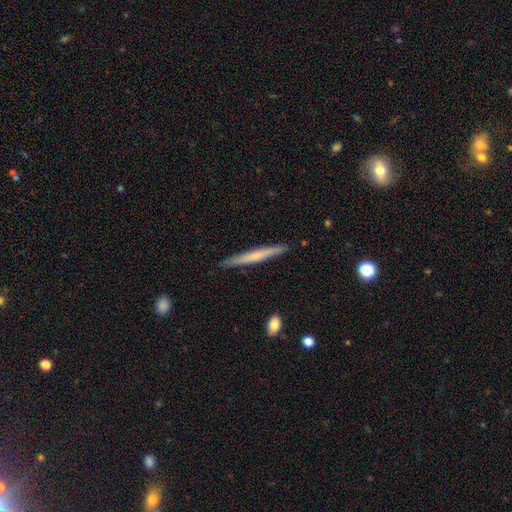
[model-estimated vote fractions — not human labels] A smooth galaxy with no disk features (49%). Merging: none (89%).